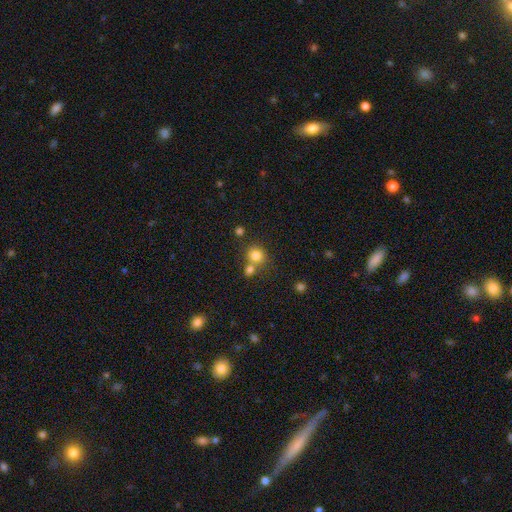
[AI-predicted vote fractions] A smooth galaxy with no disk features (80%) that is round (82%). Merging: none (57%).